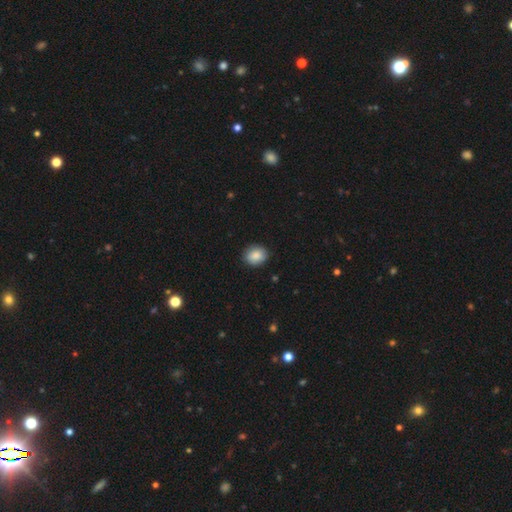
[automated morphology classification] This appears to be a smooth galaxy with no disk features (87%) that is round (57%). Merging: none (86%).